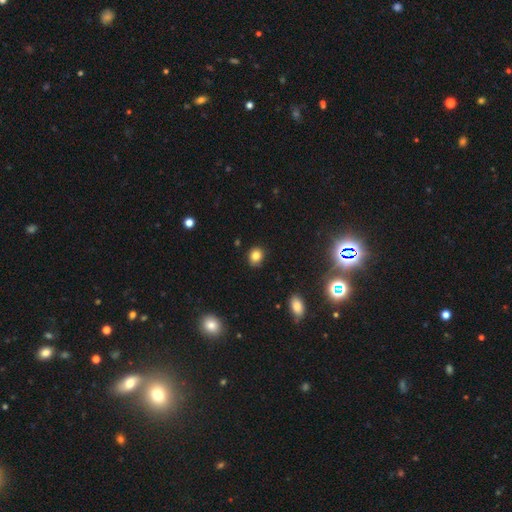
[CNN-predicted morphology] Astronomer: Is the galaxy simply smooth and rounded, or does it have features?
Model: smooth — 82%.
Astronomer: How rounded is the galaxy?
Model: round — 73%.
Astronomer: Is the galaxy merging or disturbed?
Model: none — 86%.